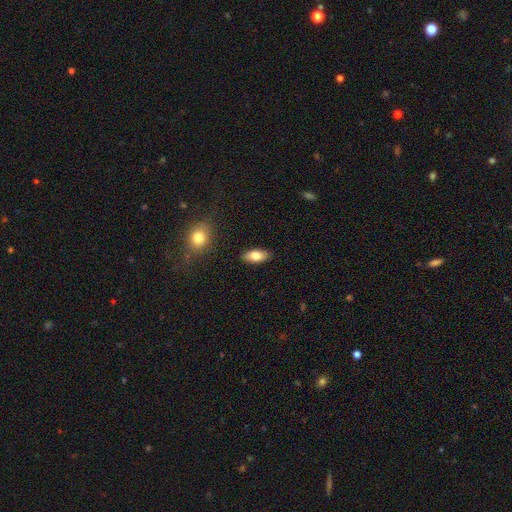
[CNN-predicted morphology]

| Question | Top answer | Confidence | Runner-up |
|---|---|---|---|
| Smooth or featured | smooth | 79% | featured or disk (14%) |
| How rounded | in between | 88% | cigar-shaped (9%) |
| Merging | none | 88% | minor disturbance (9%) |